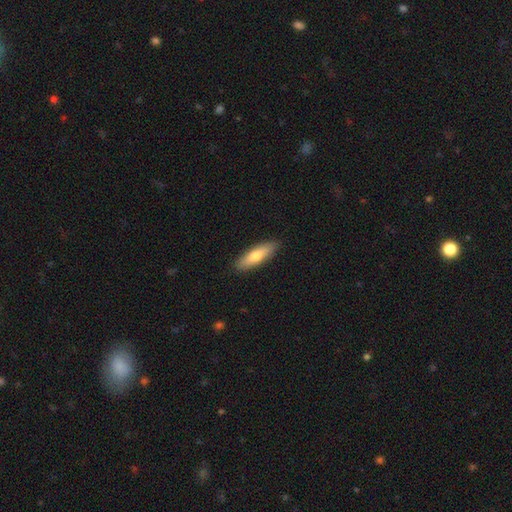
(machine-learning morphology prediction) This is likely a smooth galaxy (70%). How rounded: likely cigar-shaped (62%). Merging: clearly none (90%).